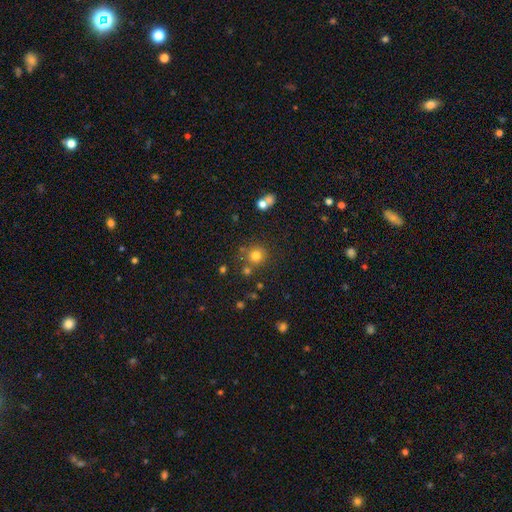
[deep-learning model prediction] Smooth or featured: smooth — 77% (star or artifact — 15%)
How rounded: round — 90% (in between — 9%)
Merging: none — 74% (merger — 12%)